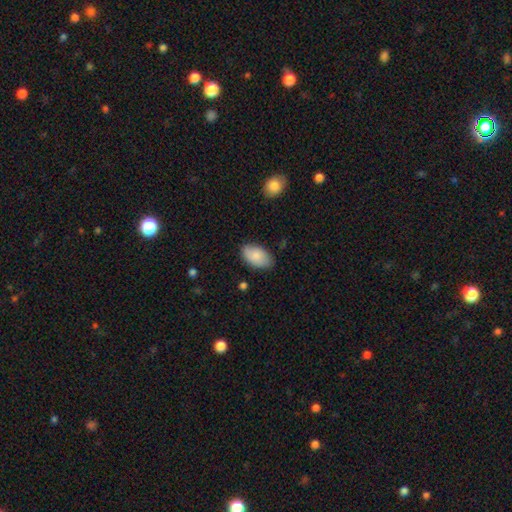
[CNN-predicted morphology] Smooth or featured? Predicted: smooth (p=0.81). How rounded? Predicted: in between (p=0.94). Merging? Predicted: none (p=0.80).